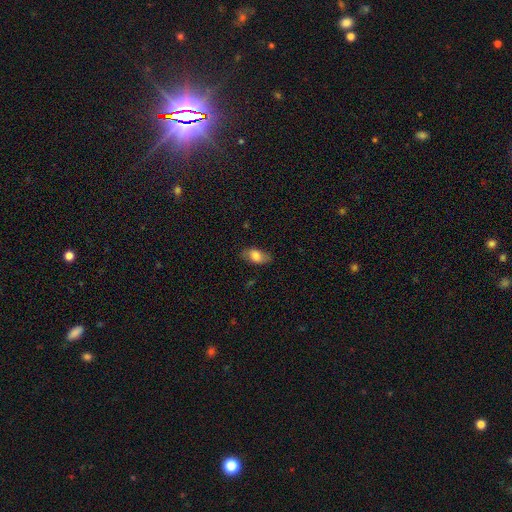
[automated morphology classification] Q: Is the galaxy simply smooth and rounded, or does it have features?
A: smooth — 76%.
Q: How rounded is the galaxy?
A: in between — 91%.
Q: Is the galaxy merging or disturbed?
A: none — 73%.